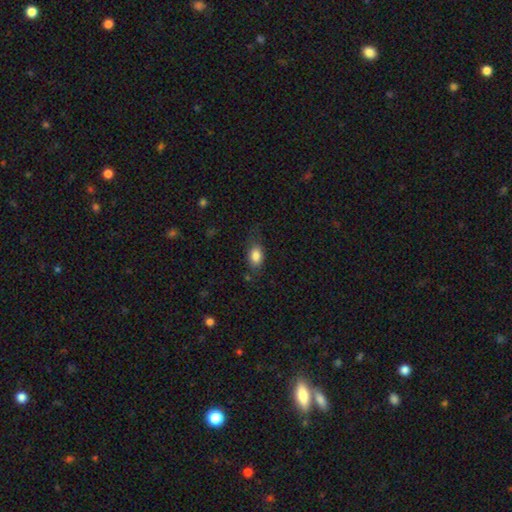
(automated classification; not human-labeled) Smooth or featured? Predicted: smooth (p=0.84). How rounded? Predicted: in between (p=0.84). Merging? Predicted: none (p=0.69).